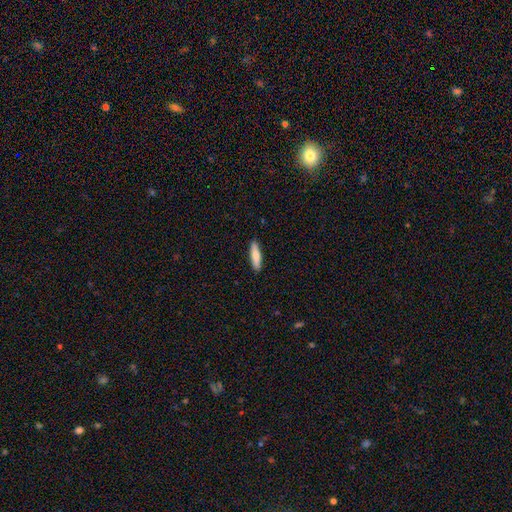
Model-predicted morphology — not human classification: Smooth or featured: smooth — 78% (featured or disk — 16%)
How rounded: cigar-shaped — 75% (in between — 24%)
Merging: none — 89% (minor disturbance — 8%)